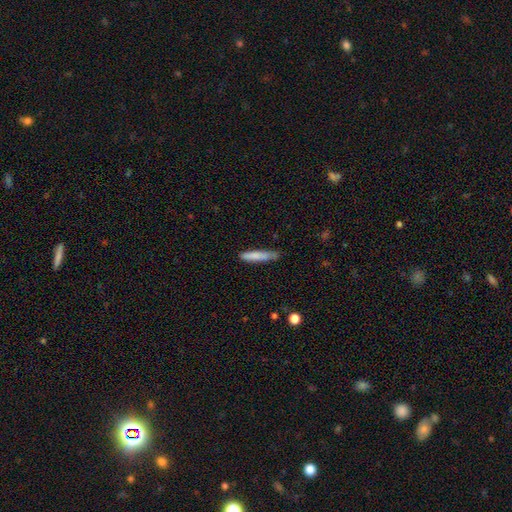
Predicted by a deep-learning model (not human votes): smooth_or_featured: smooth (p=0.78) [alt: featured or disk p=0.16]
how_rounded: cigar-shaped (p=0.90) [alt: in between p=0.08]
merging: none (p=0.67) [alt: minor disturbance p=0.26]